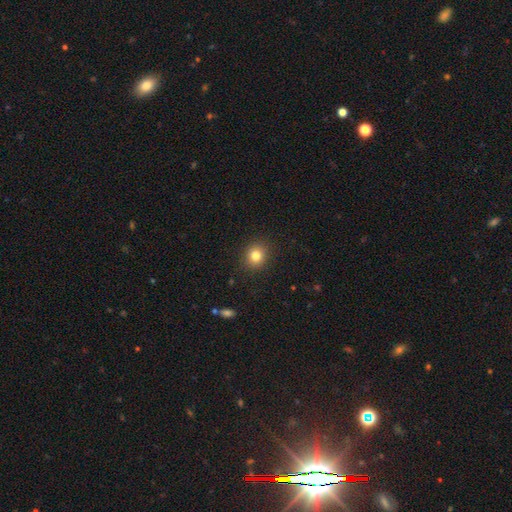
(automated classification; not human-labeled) This is clearly a smooth galaxy (81%). How rounded: likely round (80%). Merging: clearly none (90%).